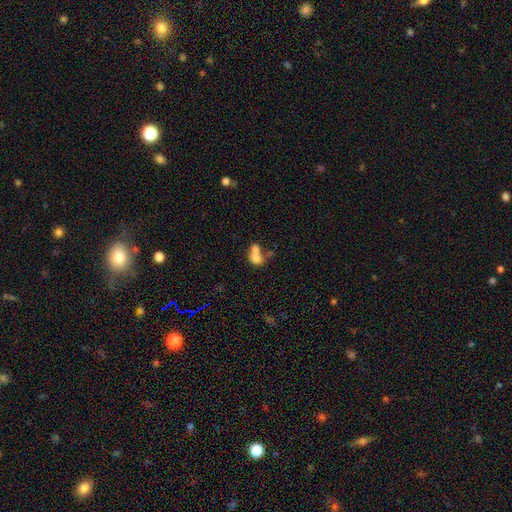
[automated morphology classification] This is likely a smooth galaxy (70%). How rounded: possibly in between (54%). Merging: likely merger (68%).